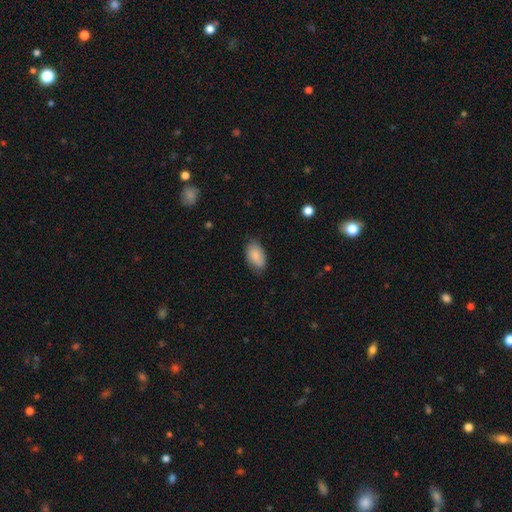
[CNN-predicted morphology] smooth 85%, featured or disk 8%, star or artifact 7%. Down the decision tree: how rounded — in between (94%); merging — none (74%).